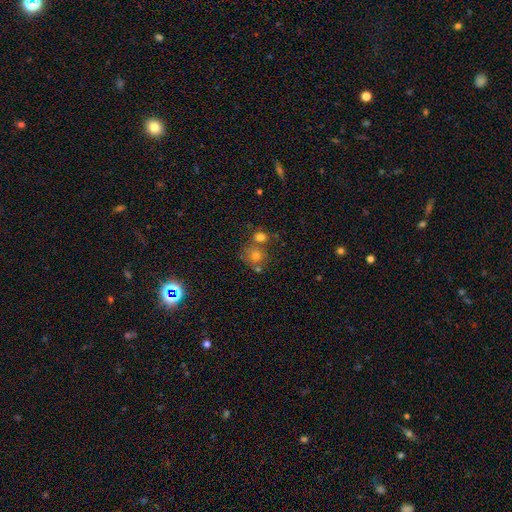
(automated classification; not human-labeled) This is likely a smooth galaxy (71%). How rounded: clearly round (84%). Merging: possibly none (48%).